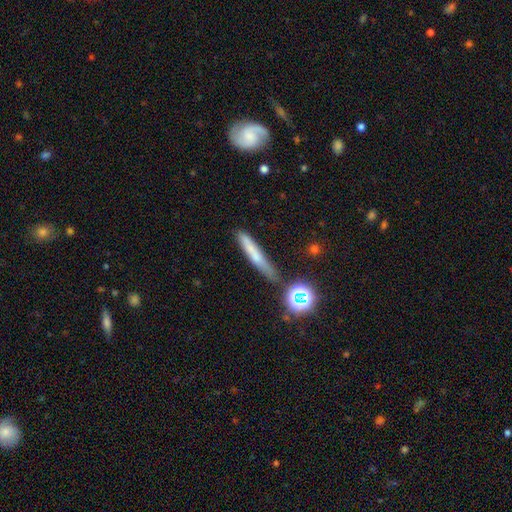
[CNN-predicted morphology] Q: Smooth or featured?
A: smooth (60%); runner-up: featured or disk (25%)
Q: How rounded?
A: cigar-shaped (90%); runner-up: in between (6%)
Q: Merging?
A: none (78%); runner-up: minor disturbance (14%)